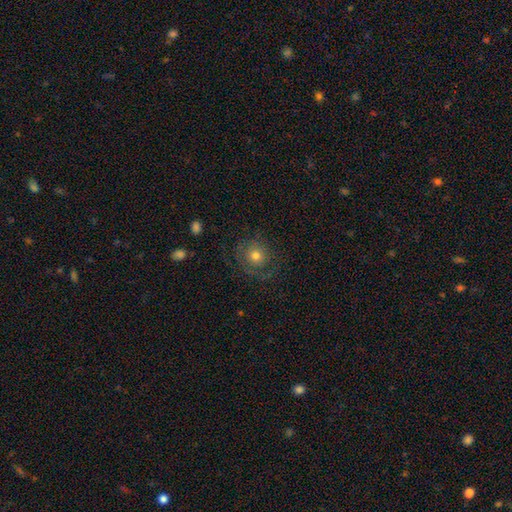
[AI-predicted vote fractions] Smooth or featured? Predicted: smooth (p=0.60). How rounded? Predicted: round (p=0.90). Merging? Predicted: none (p=0.72).